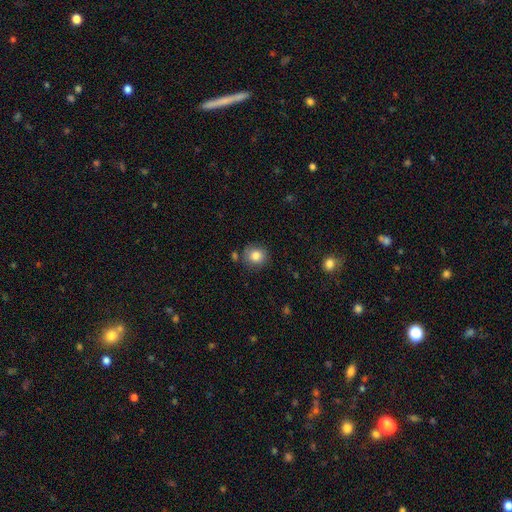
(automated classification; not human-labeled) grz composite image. It shows a smooth galaxy with no disk features (83%) that is round (84%). Merging: none (79%).